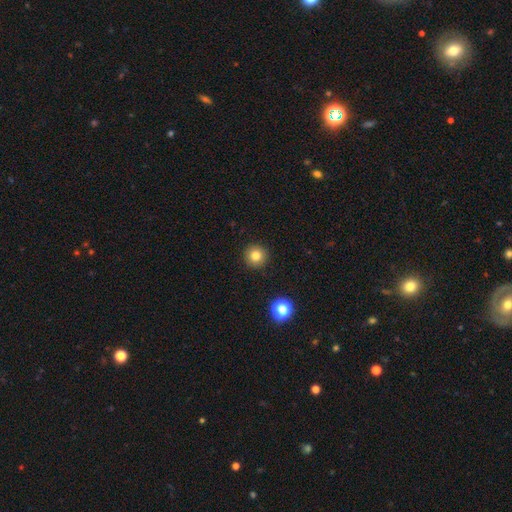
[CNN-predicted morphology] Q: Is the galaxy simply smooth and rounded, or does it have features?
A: smooth — 80%.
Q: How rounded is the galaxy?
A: round — 96%.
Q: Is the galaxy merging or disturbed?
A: none — 93%.